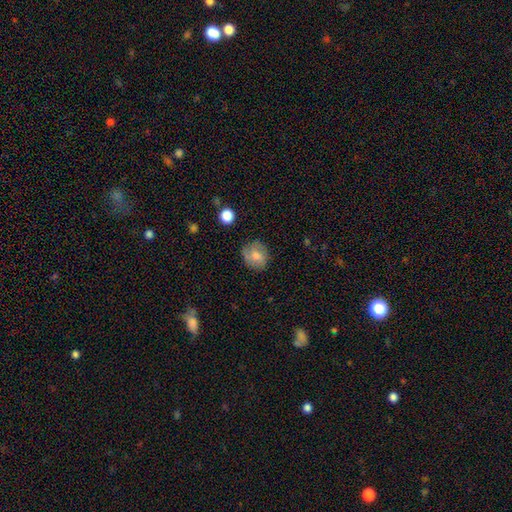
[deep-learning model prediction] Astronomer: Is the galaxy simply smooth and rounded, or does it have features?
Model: smooth — 62%.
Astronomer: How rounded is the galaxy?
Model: round — 73%.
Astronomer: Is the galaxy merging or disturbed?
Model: none — 70%.